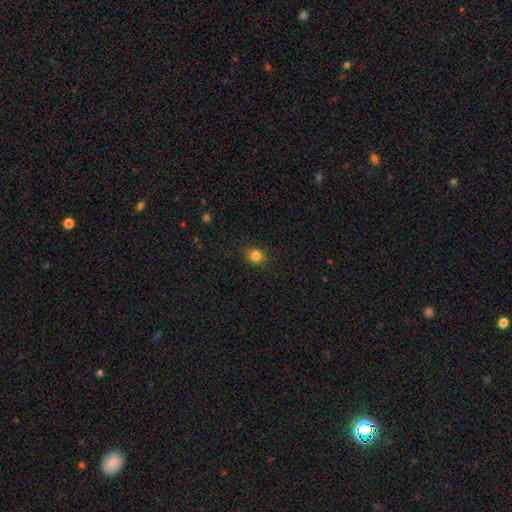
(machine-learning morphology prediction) A smooth galaxy with no disk features (84%) that is round (81%). Merging: none (88%).